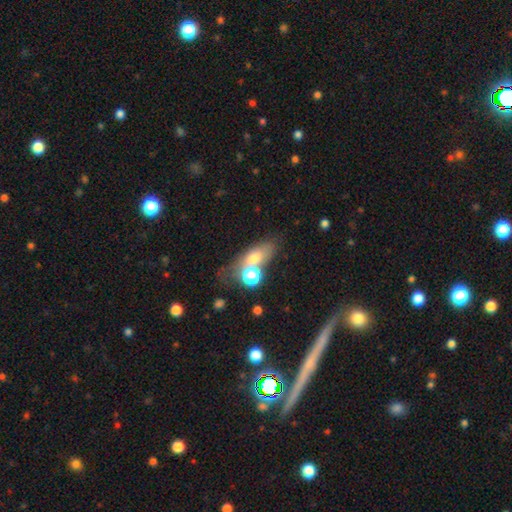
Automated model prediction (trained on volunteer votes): smooth_or_featured: smooth (p=0.65) [alt: featured or disk p=0.21]
how_rounded: in between (p=0.65) [alt: round p=0.23]
merging: none (p=0.38) [alt: merger p=0.34]